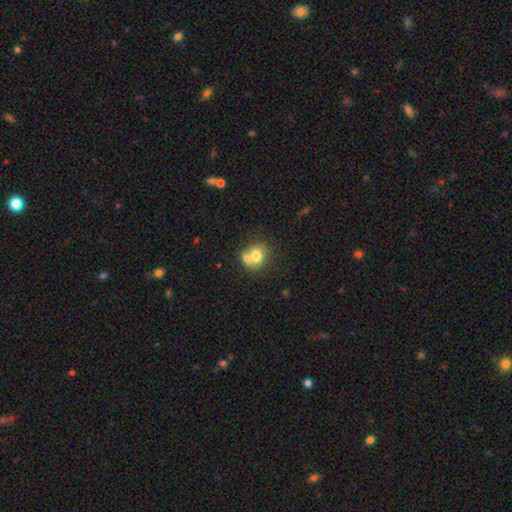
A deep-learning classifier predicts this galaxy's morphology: A smooth galaxy with no disk features (73%) that is round (68%). Merging: merger (47%).